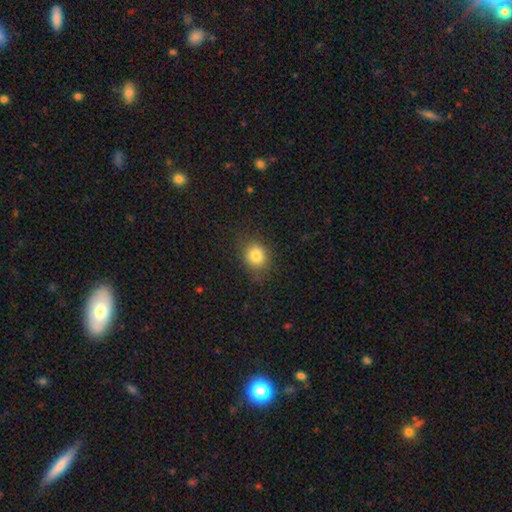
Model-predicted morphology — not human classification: smooth_or_featured: smooth (p=0.81) [alt: star or artifact p=0.11]
how_rounded: round (p=0.69) [alt: in between p=0.29]
merging: none (p=0.76) [alt: minor disturbance p=0.17]